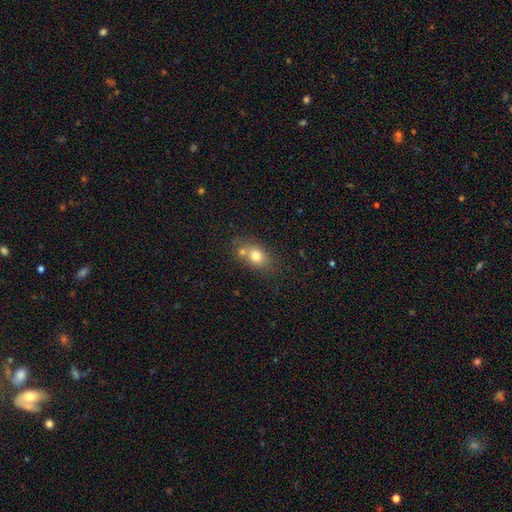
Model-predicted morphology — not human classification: smooth-or-featured: smooth: 74% | featured or disk: 15% | star or artifact: 11%
  how-rounded: in between: 60% | round: 38% | cigar-shaped: 2%
  merging: none: 51% | merger: 30% | minor disturbance: 14% | major disturbance: 5%